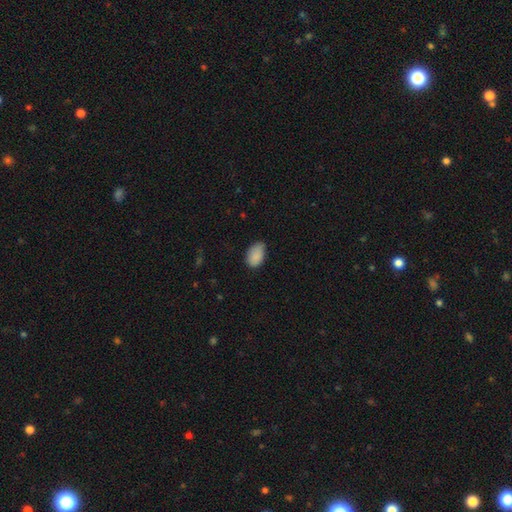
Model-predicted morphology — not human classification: smooth 88%, star or artifact 7%, featured or disk 5%. Down the decision tree: how rounded — in between (90%); merging — none (61%).